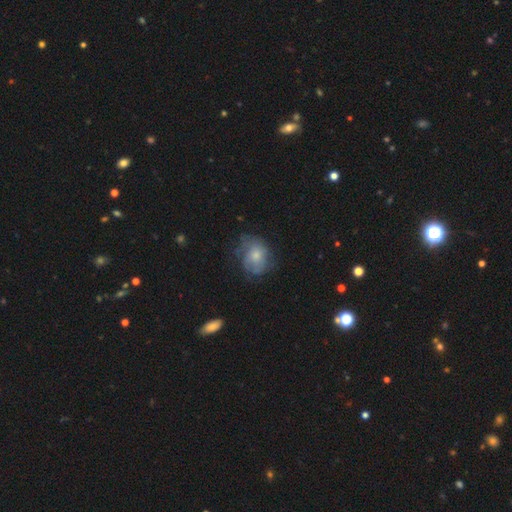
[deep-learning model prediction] Smooth or featured?
  - smooth: 53% *
  - featured or disk: 39%
  - star or artifact: 9%
How rounded?
  - round: 50% *
  - in between: 49%
  - cigar-shaped: 1%
Merging?
  - none: 48% *
  - minor disturbance: 30%
  - major disturbance: 21%
  - merger: 2%